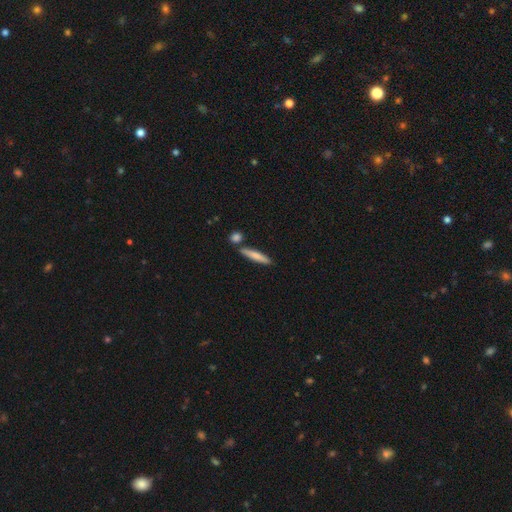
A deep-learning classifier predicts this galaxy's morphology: smooth_or_featured: smooth (p=0.72) [alt: featured or disk p=0.22]
how_rounded: cigar-shaped (p=0.89) [alt: in between p=0.09]
merging: none (p=0.79) [alt: minor disturbance p=0.10]